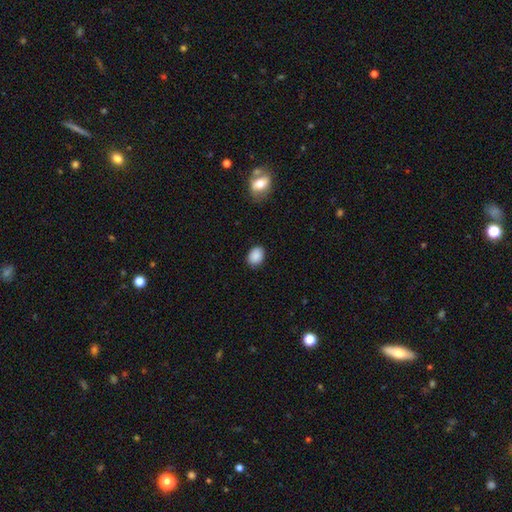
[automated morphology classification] This is clearly a smooth galaxy (88%). How rounded: likely in between (67%). Merging: clearly none (86%).